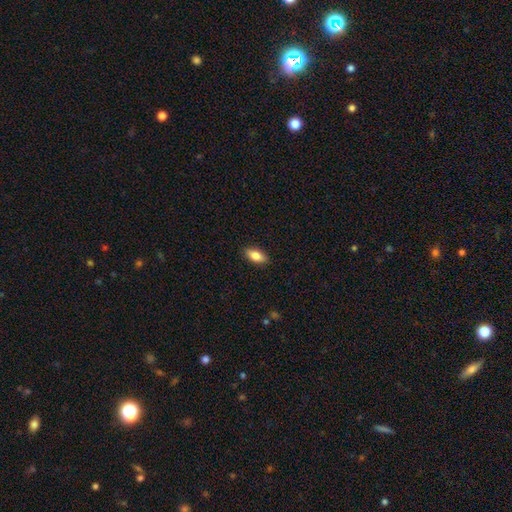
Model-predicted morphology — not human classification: A smooth galaxy with no disk features (83%) that is in between round and cigar-shaped (89%). Merging: none (89%).